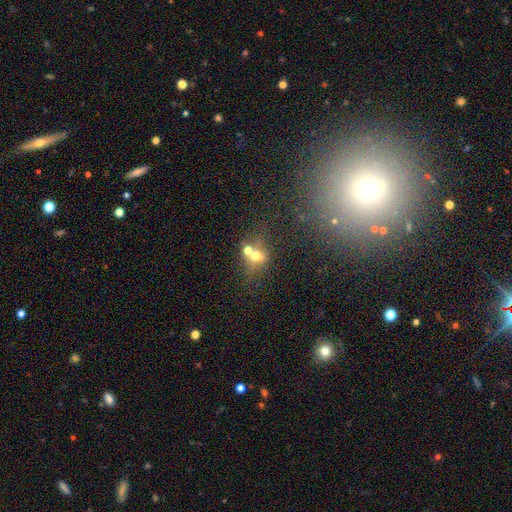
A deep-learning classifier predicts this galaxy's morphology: smooth_or_featured: smooth (p=0.54) [alt: featured or disk p=0.27]
how_rounded: round (p=0.59) [alt: in between p=0.38]
merging: merger (p=0.45) [alt: none p=0.39]